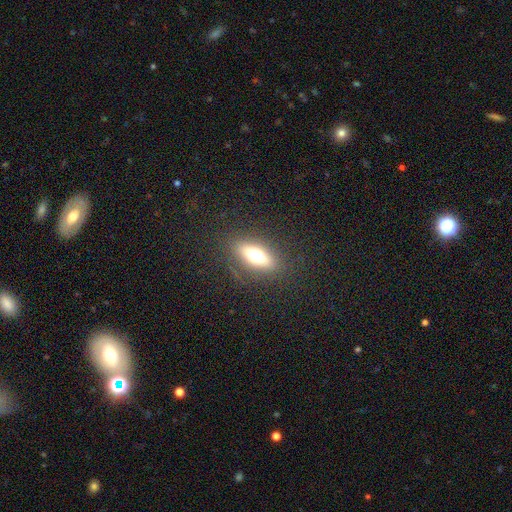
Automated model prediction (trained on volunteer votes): A smooth galaxy with no disk features (52%) that is in between round and cigar-shaped (61%). Merging: none (84%).